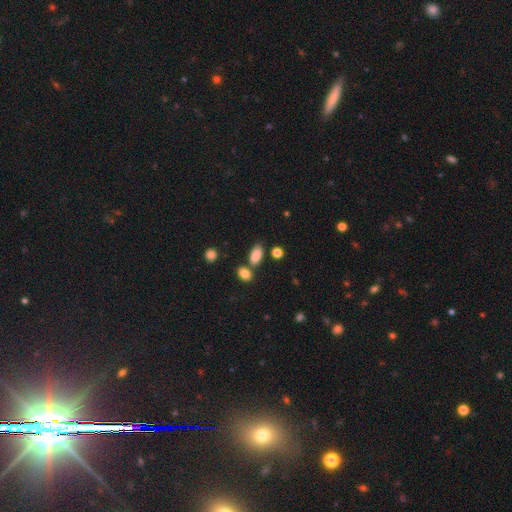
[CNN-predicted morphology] smooth-or-featured: smooth: 86% | star or artifact: 10% | featured or disk: 5%
  how-rounded: in between: 90% | round: 6% | cigar-shaped: 3%
  merging: none: 63% | merger: 18% | minor disturbance: 14% | major disturbance: 4%